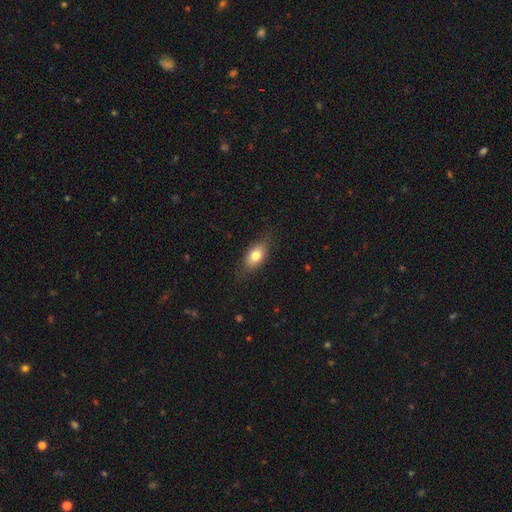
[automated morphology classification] smooth_or_featured: smooth (p=0.75) [alt: featured or disk p=0.17]
how_rounded: in between (p=0.82) [alt: round p=0.10]
merging: none (p=0.78) [alt: minor disturbance p=0.17]